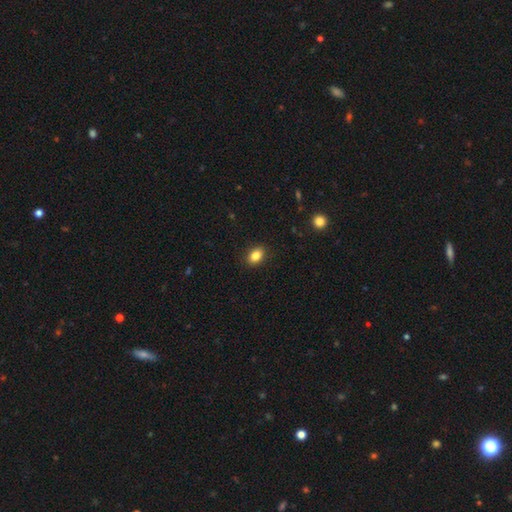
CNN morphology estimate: The model was most divided on "how rounded": in between: 79%, round: 19%, cigar-shaped: 1%. More confident: merging — none (89%); smooth or featured — smooth (85%).